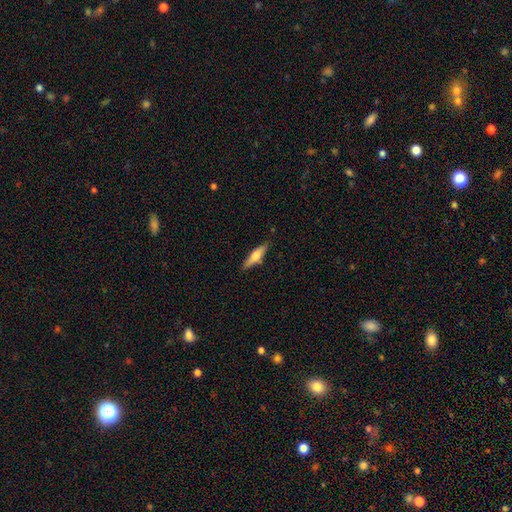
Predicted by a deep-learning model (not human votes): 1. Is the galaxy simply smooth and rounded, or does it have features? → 59% smooth, 35% featured or disk, 6% star or artifact.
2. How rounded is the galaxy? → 72% cigar-shaped, 26% in between, 2% round.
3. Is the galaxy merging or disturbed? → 85% none, 11% minor disturbance, 2% major disturbance, 2% merger.